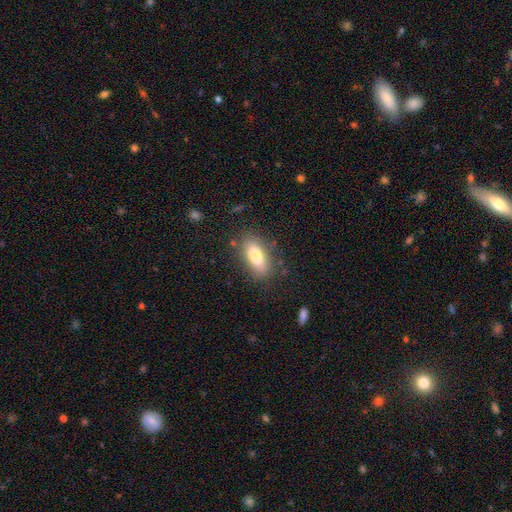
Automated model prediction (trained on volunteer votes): smooth 78%, featured or disk 14%, star or artifact 8%. Down the decision tree: how rounded — in between (80%); merging — none (79%).